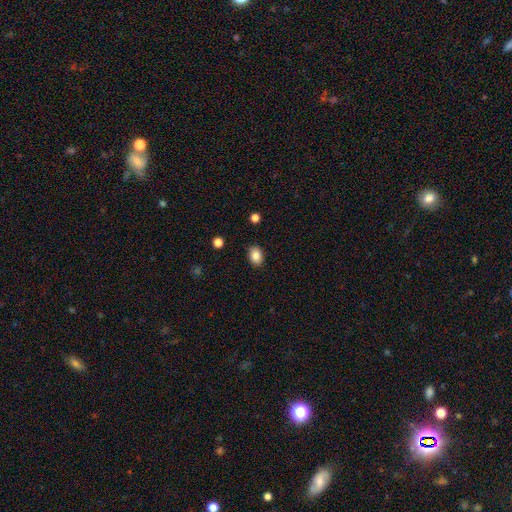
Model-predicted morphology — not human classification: Smooth or featured? smooth (85%)
How rounded? in between (71%)
Merging? none (88%)